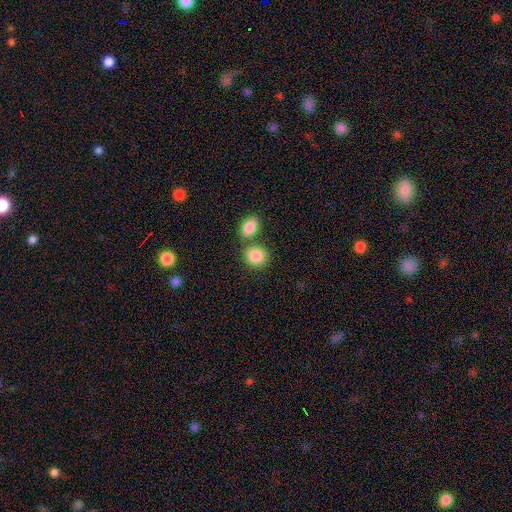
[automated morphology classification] The model was most divided on "merging": none: 58%, merger: 29%, minor disturbance: 10%, major disturbance: 3%. More confident: smooth or featured — smooth (87%); how rounded — round (70%).